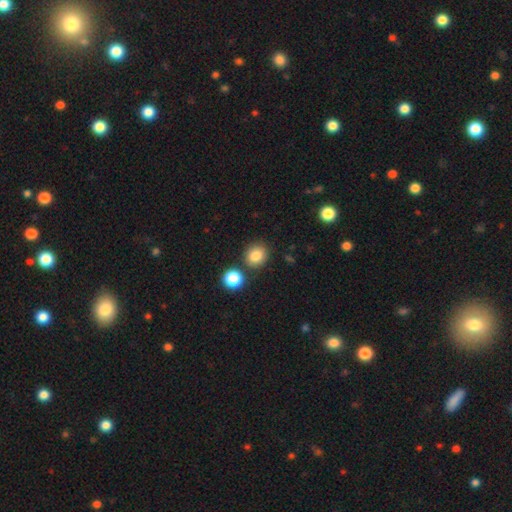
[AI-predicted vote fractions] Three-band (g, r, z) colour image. It shows a smooth galaxy with no disk features (83%) that is round (73%). Merging: none (78%).